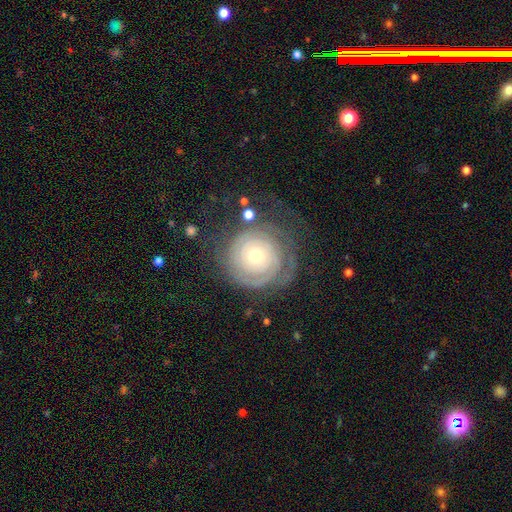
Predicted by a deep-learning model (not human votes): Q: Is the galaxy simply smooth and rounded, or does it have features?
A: featured or disk — 79%.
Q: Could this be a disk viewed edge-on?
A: no — 97%.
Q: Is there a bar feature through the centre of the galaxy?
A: no — 83%.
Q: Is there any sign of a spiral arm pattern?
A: yes — 92%.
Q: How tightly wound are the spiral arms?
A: tight — 84%.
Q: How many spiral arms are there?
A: can't tell — 39%.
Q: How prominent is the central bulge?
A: small — 56%.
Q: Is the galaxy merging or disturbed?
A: none — 68%.